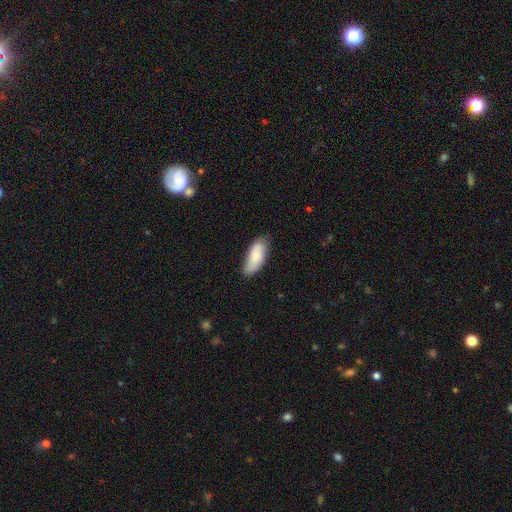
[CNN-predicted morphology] Smooth or featured? smooth (76%)
How rounded? in between (81%)
Merging? none (72%)